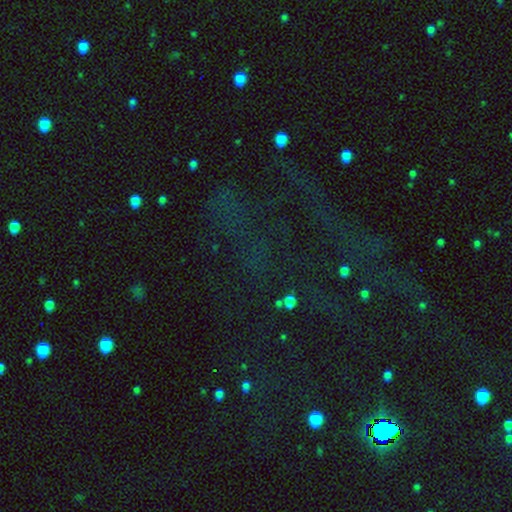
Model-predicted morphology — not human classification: Smooth or featured? star or artifact (73%)